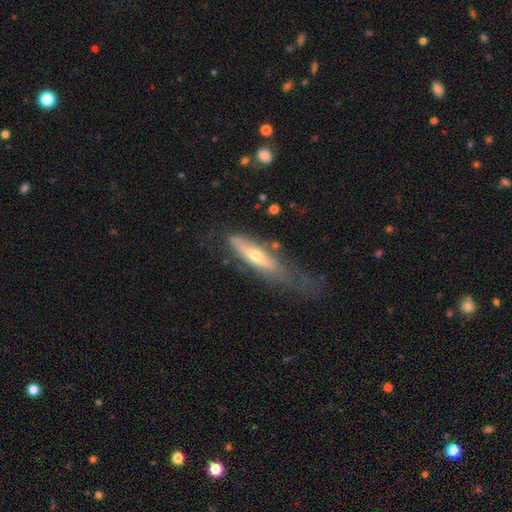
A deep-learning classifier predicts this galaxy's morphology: The model was most divided on "merging": none: 37%, minor disturbance: 30%, major disturbance: 29%, merger: 4%. More confident: edge-on disk — yes (67%); smooth or featured — featured or disk (56%).